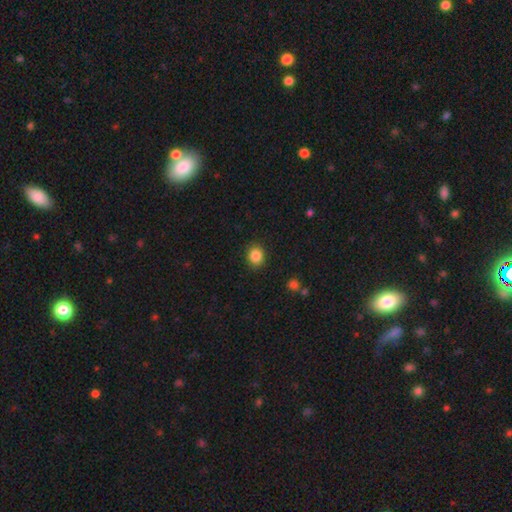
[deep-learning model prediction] smooth 86%, star or artifact 10%, featured or disk 4%. Down the decision tree: how rounded — round (72%); merging — none (89%).